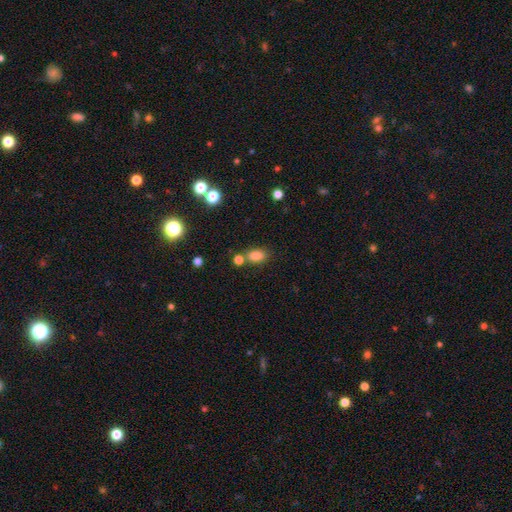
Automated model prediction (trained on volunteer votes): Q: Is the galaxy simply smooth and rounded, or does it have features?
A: smooth — 81%.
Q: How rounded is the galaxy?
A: in between — 81%.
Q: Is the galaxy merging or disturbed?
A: none — 65%.